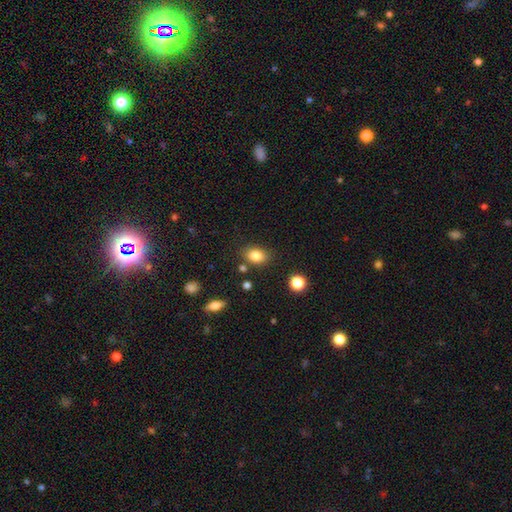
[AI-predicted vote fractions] smooth_or_featured: smooth (p=0.83) [alt: star or artifact p=0.10]
how_rounded: in between (p=0.69) [alt: round p=0.30]
merging: none (p=0.80) [alt: minor disturbance p=0.12]